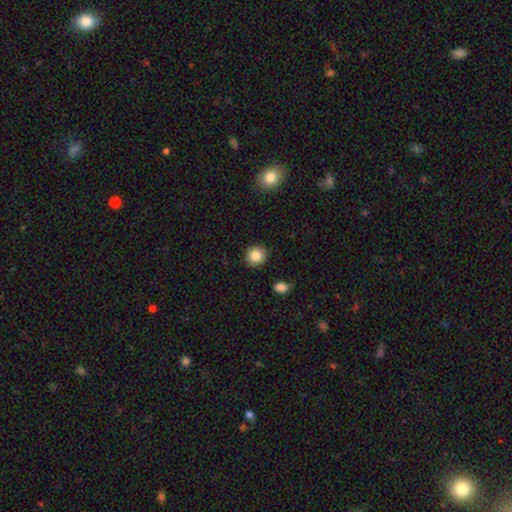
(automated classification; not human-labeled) smooth-or-featured: smooth: 85% | star or artifact: 10% | featured or disk: 6%
  how-rounded: round: 87% | in between: 12% | cigar-shaped: 1%
  merging: none: 89% | minor disturbance: 7% | major disturbance: 2% | merger: 1%